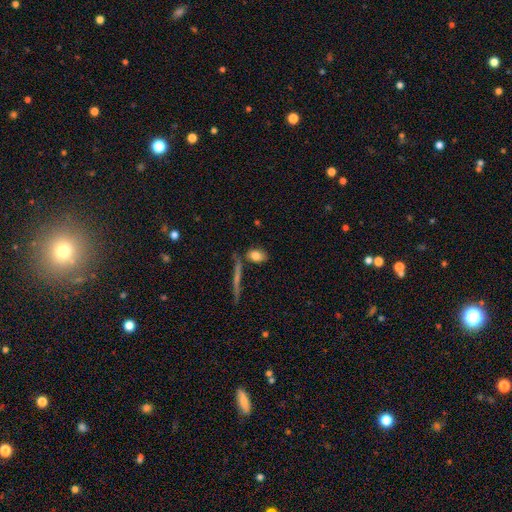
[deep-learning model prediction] smooth 81%, featured or disk 12%, star or artifact 7%. Down the decision tree: how rounded — in between (79%); merging — none (70%).